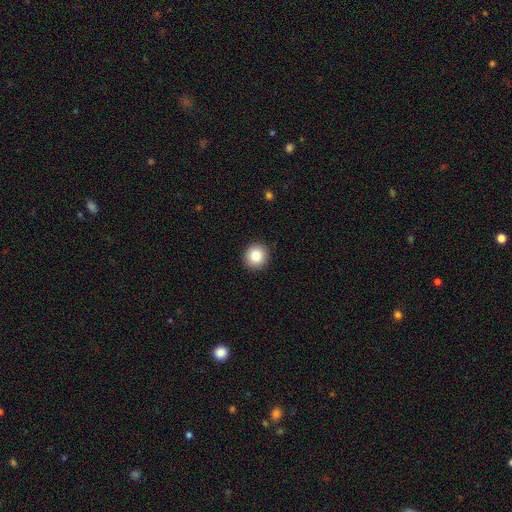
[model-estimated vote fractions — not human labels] This is clearly a smooth galaxy (84%). How rounded: clearly round (93%). Merging: clearly none (92%).